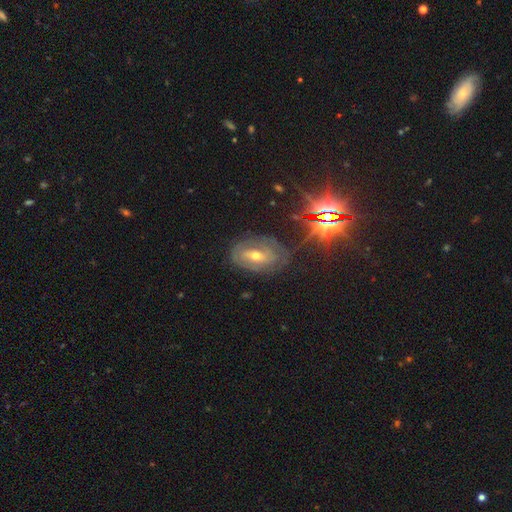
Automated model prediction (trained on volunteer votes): This appears to be a featured or disk galaxy (63%) with a weak bar (40%), spiral arms (72%) and a moderate central bulge (53%). Merging: none (75%).